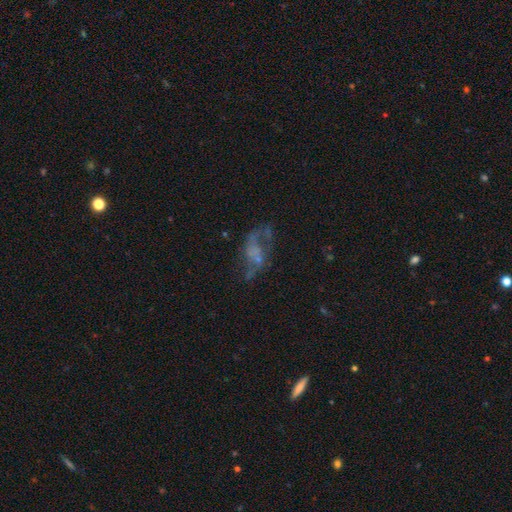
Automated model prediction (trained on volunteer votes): A featured or disk galaxy (60%) with no bar (74%), spiral arms (50%, tied with no) and no central bulge (63%).

Vote fractions:
- Smooth or featured? featured or disk: 60% / smooth: 21% / star or artifact: 19%
- Edge-on disk? no: 96% / yes: 4%
- Bar? no: 74% / weak: 20% / strong: 5%
- Spiral arms? yes: 50% (tied) / no: 50% (tied)
- Bulge size? none: 63% / small: 25% / moderate: 9% / large: 2% / dominant: 1%
- Merging? none: 41% / major disturbance: 34% / minor disturbance: 18% / merger: 7%